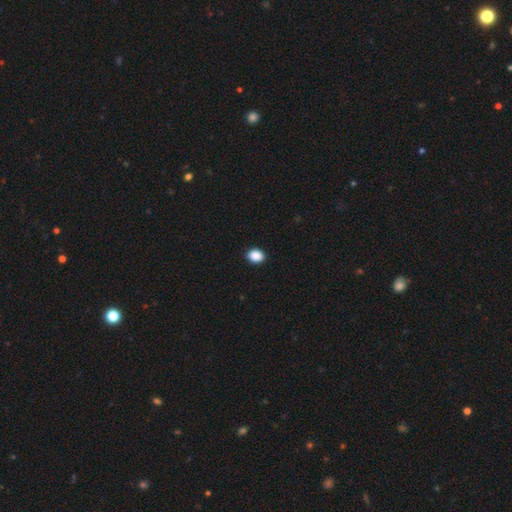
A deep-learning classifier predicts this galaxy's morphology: Overall: smooth (89%). How rounded: in between (50%; round 49%). Merging: none (92%).